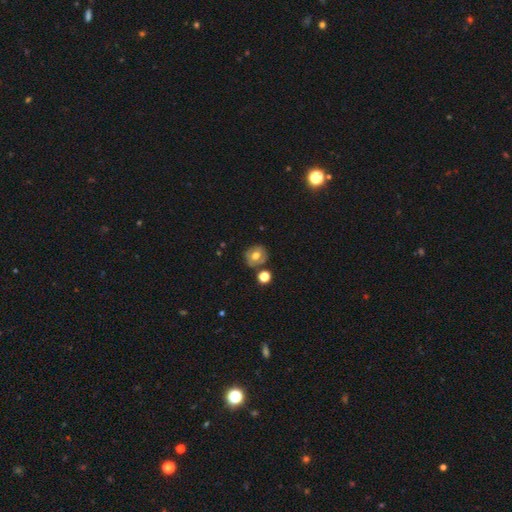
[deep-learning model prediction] This is possibly a smooth galaxy (58%). How rounded: clearly round (83%). Merging: likely none (76%).